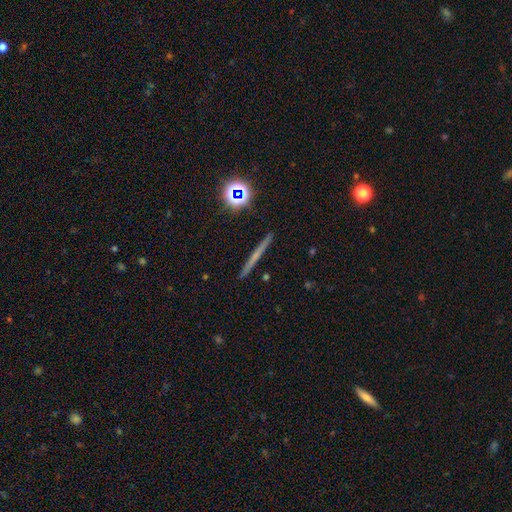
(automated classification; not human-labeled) Smooth or featured? featured or disk (45%)
Merging? none (92%)